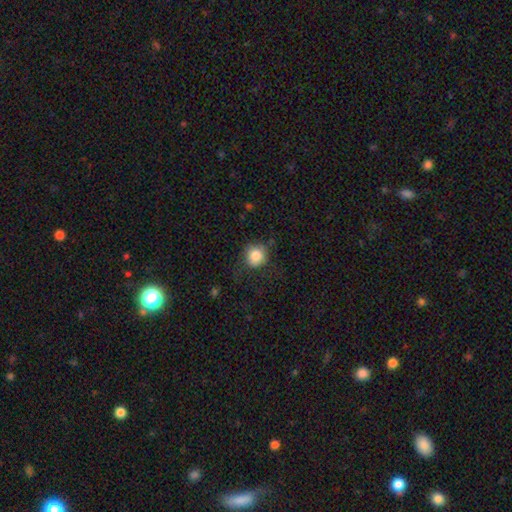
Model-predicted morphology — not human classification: Overall: smooth (83%). How rounded: round (88%). Merging: none (70%).